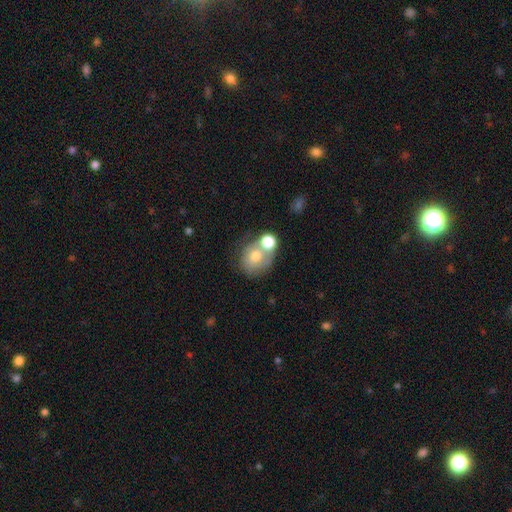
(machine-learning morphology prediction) This appears to be a smooth galaxy with no disk features (65%) that is round (68%). Merging: merger (44%).